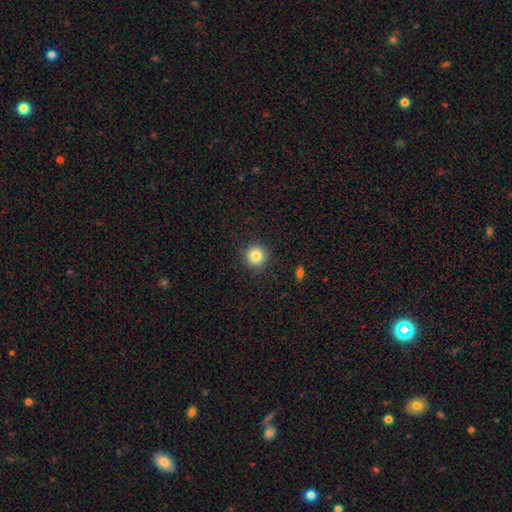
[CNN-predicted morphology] Q: Smooth or featured?
A: smooth (83%); runner-up: star or artifact (11%)
Q: How rounded?
A: round (93%); runner-up: in between (6%)
Q: Merging?
A: none (89%); runner-up: minor disturbance (7%)